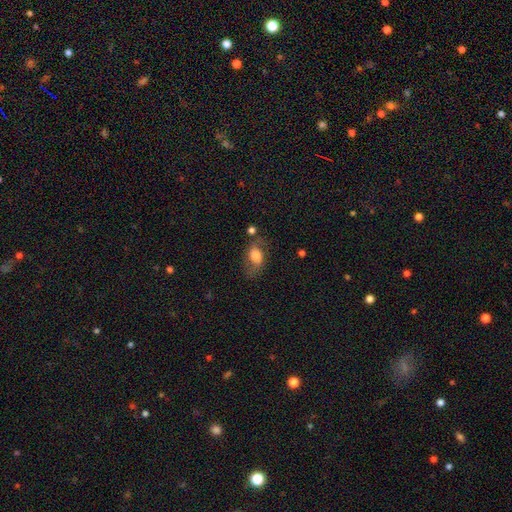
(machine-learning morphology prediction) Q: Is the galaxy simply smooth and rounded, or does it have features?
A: smooth — 60%.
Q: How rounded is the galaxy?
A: in between — 80%.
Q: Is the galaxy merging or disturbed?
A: none — 59%.